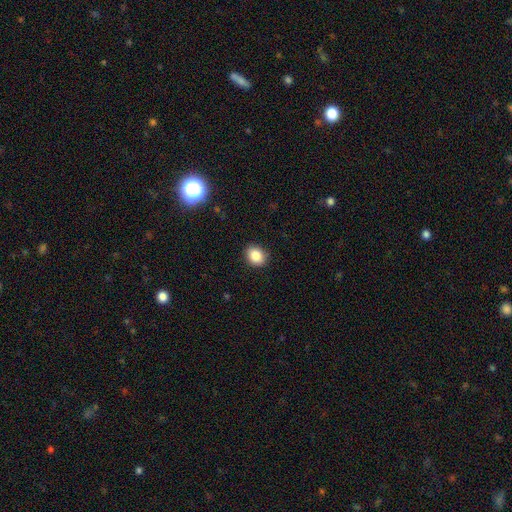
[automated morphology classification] smooth-or-featured: smooth: 85% | star or artifact: 10% | featured or disk: 5%
  how-rounded: round: 61% | in between: 38% | cigar-shaped: 1%
  merging: none: 89% | minor disturbance: 8% | major disturbance: 2% | merger: 1%